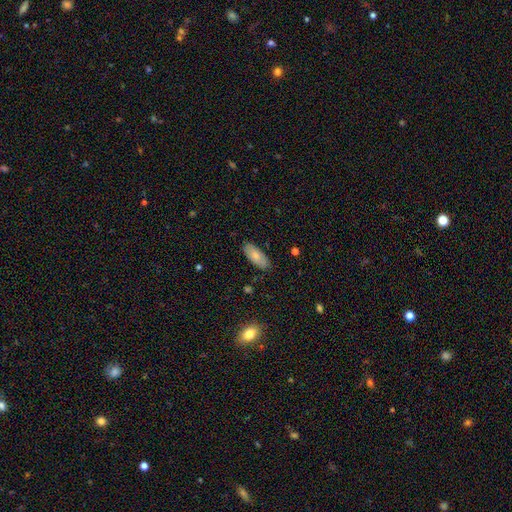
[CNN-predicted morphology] Smooth or featured? smooth (77%)
How rounded? in between (85%)
Merging? none (83%)